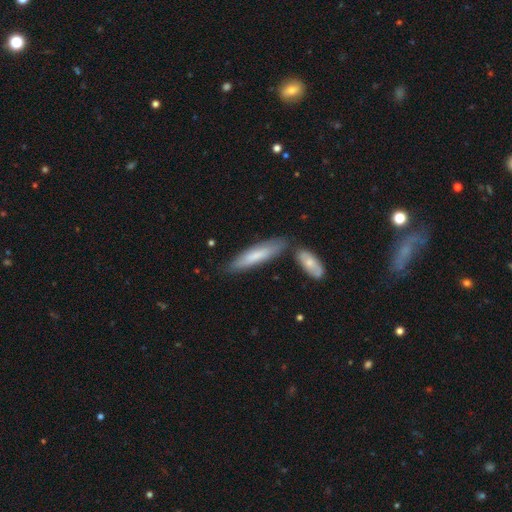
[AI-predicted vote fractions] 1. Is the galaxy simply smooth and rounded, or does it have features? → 69% smooth, 26% featured or disk, 5% star or artifact.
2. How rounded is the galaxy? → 79% cigar-shaped, 20% in between, 1% round.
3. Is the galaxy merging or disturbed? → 72% none, 14% minor disturbance, 11% merger, 3% major disturbance.